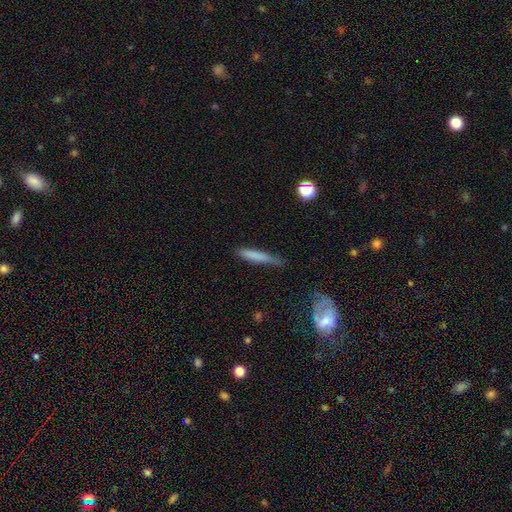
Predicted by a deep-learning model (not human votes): Smooth or featured: smooth — 74% (featured or disk — 19%)
How rounded: cigar-shaped — 91% (in between — 7%)
Merging: none — 70% (minor disturbance — 22%)